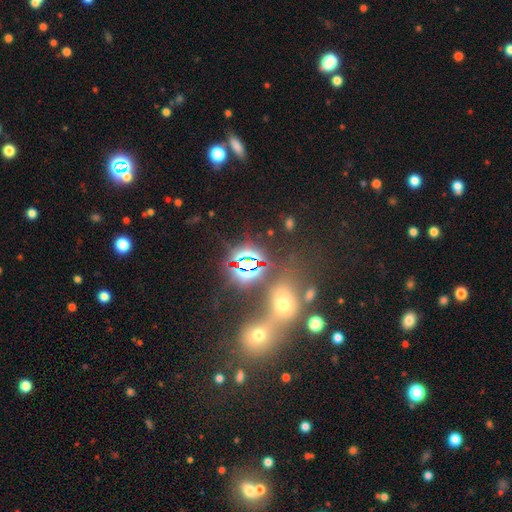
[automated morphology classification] smooth_or_featured: star or artifact (p=0.59) [alt: smooth p=0.28]